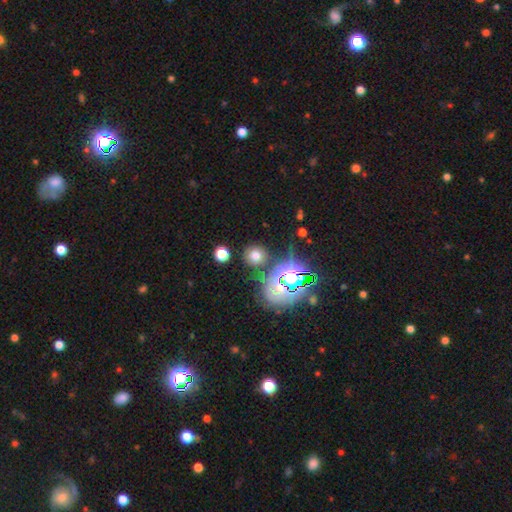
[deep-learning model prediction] smooth_or_featured: smooth (p=0.64) [alt: star or artifact p=0.26]
how_rounded: round (p=0.88) [alt: in between p=0.11]
merging: none (p=0.79) [alt: minor disturbance p=0.10]